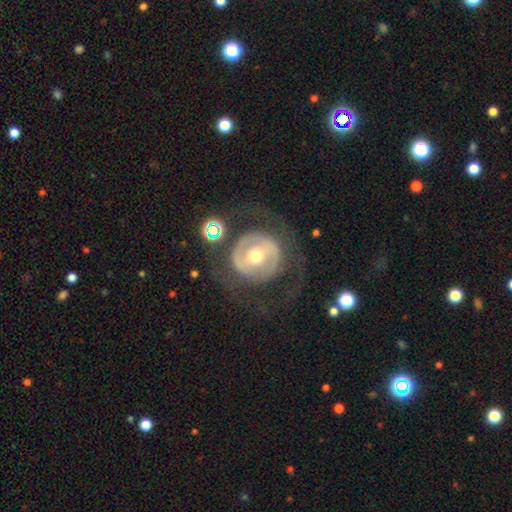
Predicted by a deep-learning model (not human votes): featured or disk 69%, smooth 24%, star or artifact 7%. Down the decision tree: edge-on disk — no (96%); bar — no (46%); spiral arms — no (57%); bulge size — moderate (62%); merging — none (66%).